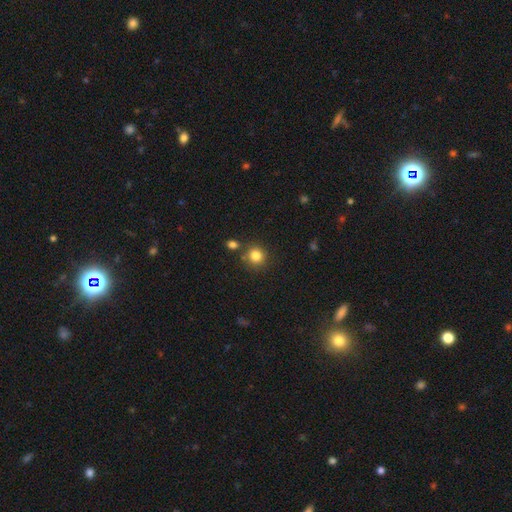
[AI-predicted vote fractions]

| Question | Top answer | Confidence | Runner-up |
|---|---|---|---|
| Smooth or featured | smooth | 83% | star or artifact (11%) |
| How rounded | round | 90% | in between (9%) |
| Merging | none | 78% | merger (10%) |